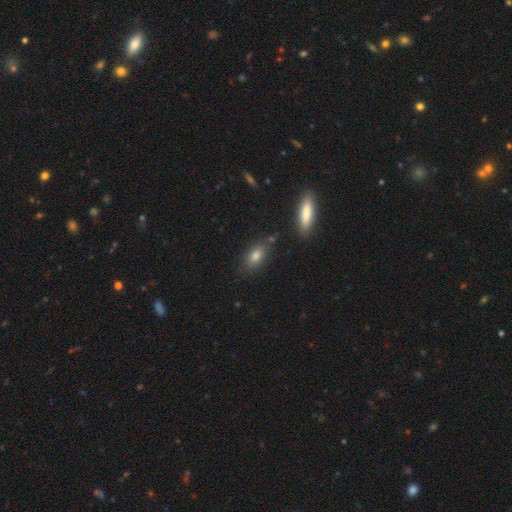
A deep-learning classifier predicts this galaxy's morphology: smooth 78%, featured or disk 13%, star or artifact 10%. Down the decision tree: how rounded — in between (80%); merging — none (78%).